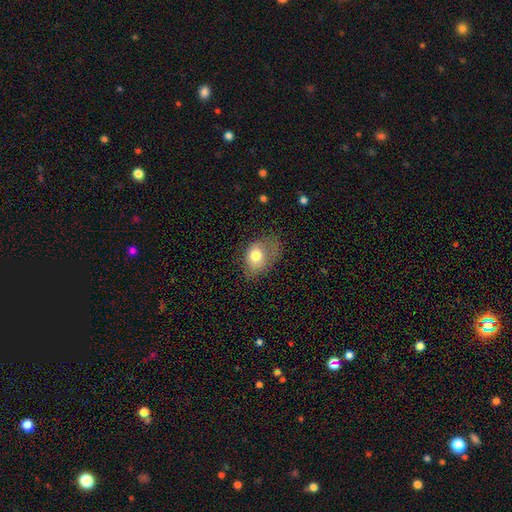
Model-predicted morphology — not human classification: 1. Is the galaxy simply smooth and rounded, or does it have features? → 72% smooth, 19% featured or disk, 9% star or artifact.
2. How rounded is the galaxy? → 73% in between, 26% round, 1% cigar-shaped.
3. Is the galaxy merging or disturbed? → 36% minor disturbance, 35% none, 27% major disturbance, 2% merger.